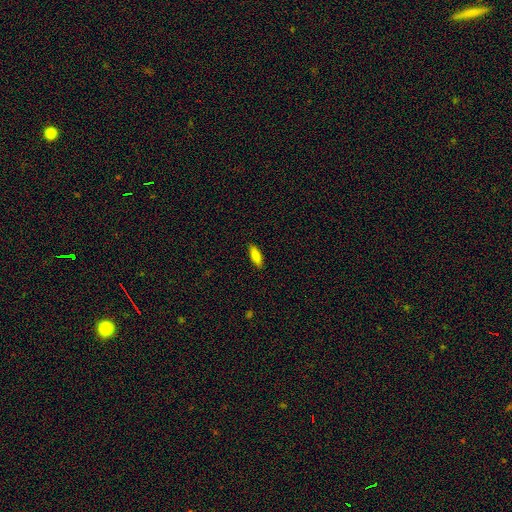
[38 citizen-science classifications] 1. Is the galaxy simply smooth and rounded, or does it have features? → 79% smooth, 16% featured or disk, 5% star or artifact.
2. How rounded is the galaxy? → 57% in between, 40% cigar-shaped, 3% round.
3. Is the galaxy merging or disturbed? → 89% none, 11% minor disturbance, 0% major disturbance, 0% merger.